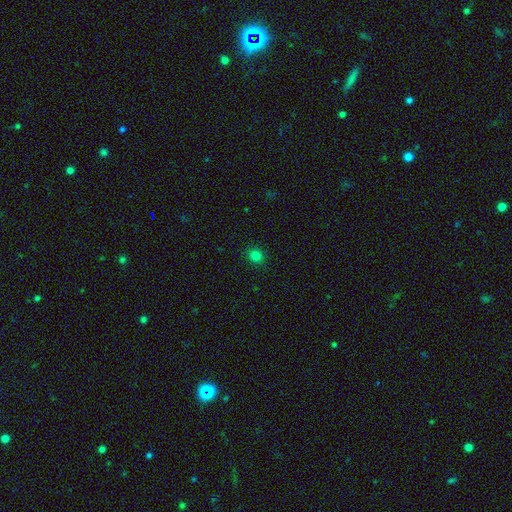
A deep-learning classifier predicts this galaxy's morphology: Smooth or featured? smooth (81%)
How rounded? round (86%)
Merging? none (92%)